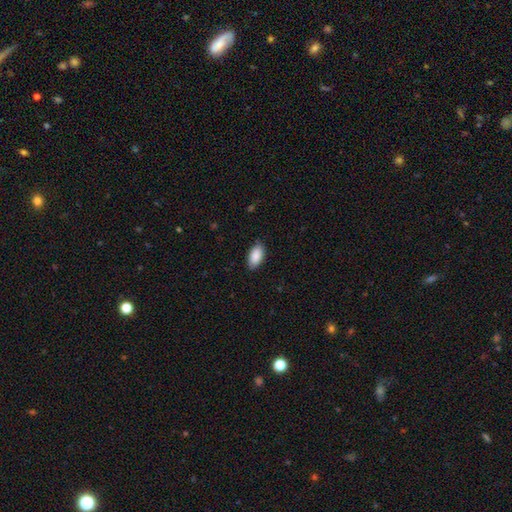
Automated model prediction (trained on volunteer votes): Smooth or featured? smooth (90%)
How rounded? in between (94%)
Merging? none (87%)